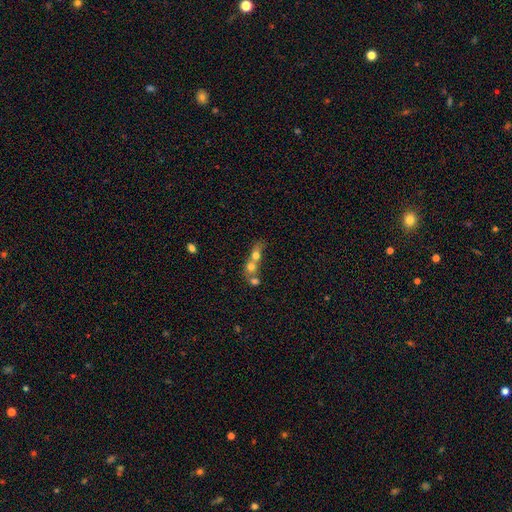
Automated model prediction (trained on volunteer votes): smooth-or-featured: smooth: 63% | featured or disk: 25% | star or artifact: 12%
  how-rounded: round: 59% | in between: 35% | cigar-shaped: 6%
  merging: merger: 72% | none: 18% | minor disturbance: 5% | major disturbance: 5%